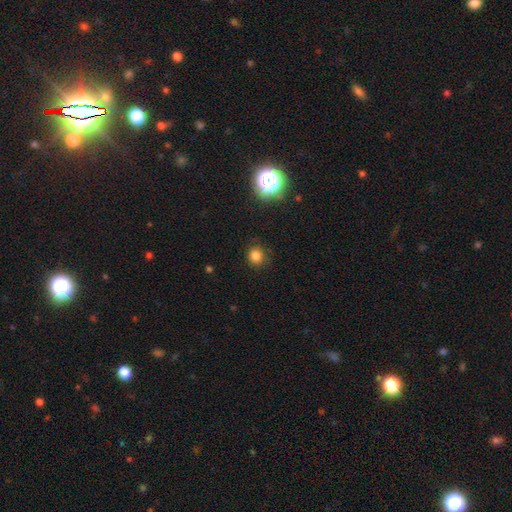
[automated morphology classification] This appears to be a smooth galaxy with no disk features (81%) that is round (83%). Merging: none (84%).